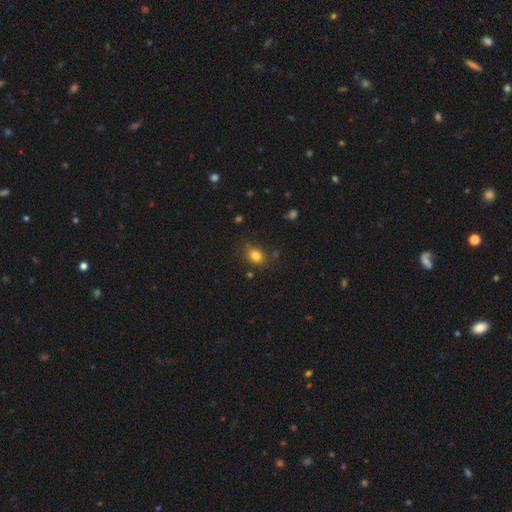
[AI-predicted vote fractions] Smooth or featured? Predicted: smooth (p=0.82). How rounded? Predicted: in between (p=0.55). Merging? Predicted: none (p=0.80).